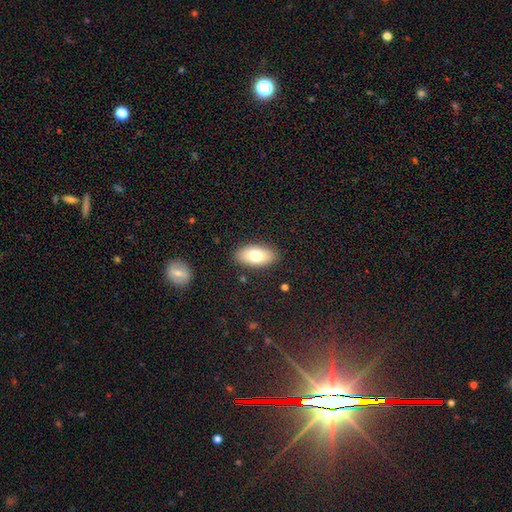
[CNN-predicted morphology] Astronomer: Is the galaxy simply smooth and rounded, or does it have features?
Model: smooth — 74%.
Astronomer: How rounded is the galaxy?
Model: in between — 93%.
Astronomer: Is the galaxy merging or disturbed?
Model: none — 87%.